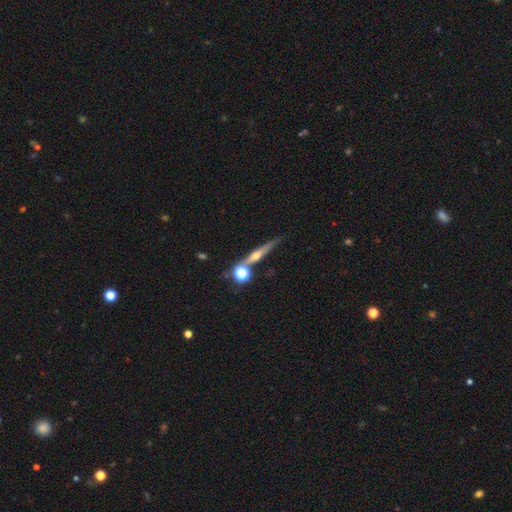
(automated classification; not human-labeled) smooth_or_featured: featured or disk (p=0.62) [alt: smooth p=0.26]
disk_edge_on: yes (p=0.94) [alt: no p=0.06]
edge_on_bulge: rounded (p=0.90) [alt: none p=0.07]
merging: none (p=0.73) [alt: merger p=0.12]